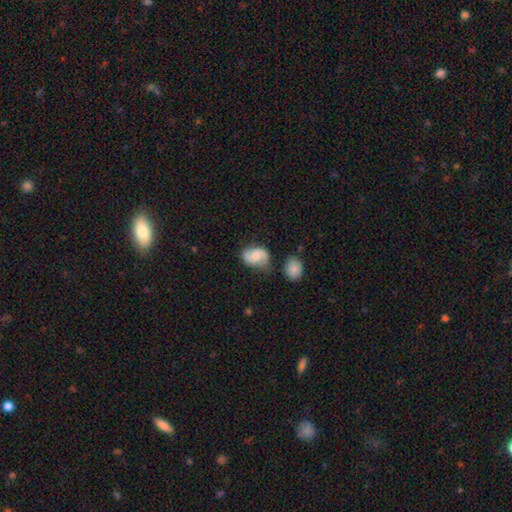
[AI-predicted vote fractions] Smooth or featured? Predicted: featured or disk (p=0.51). Edge-on disk? Predicted: no (p=0.97). Merging? Predicted: none (p=0.54).